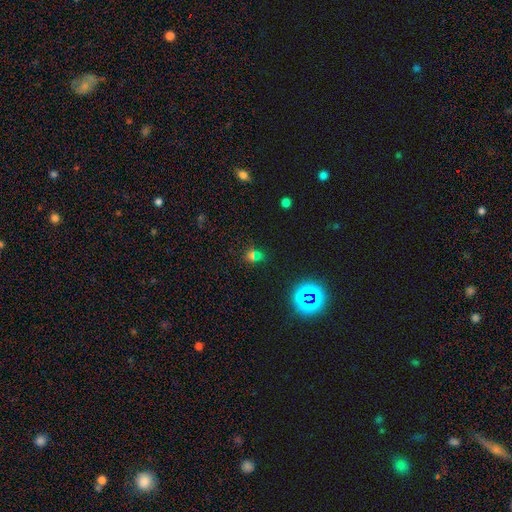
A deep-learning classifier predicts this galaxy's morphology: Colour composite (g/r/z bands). It shows a smooth galaxy with no disk features (50%). Merging: none (64%).